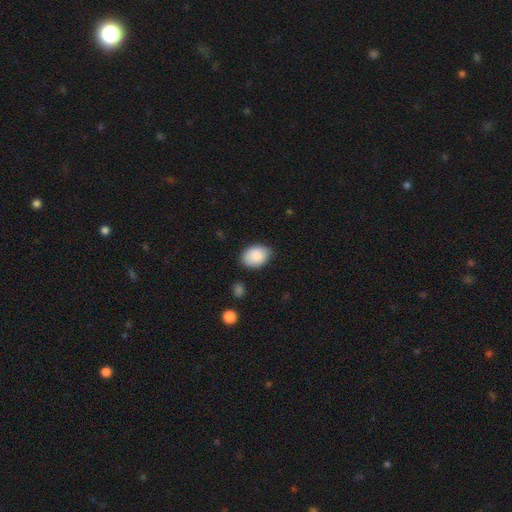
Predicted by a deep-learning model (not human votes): Smooth or featured? Predicted: smooth (p=0.89). How rounded? Predicted: in between (p=0.75). Merging? Predicted: none (p=0.78).